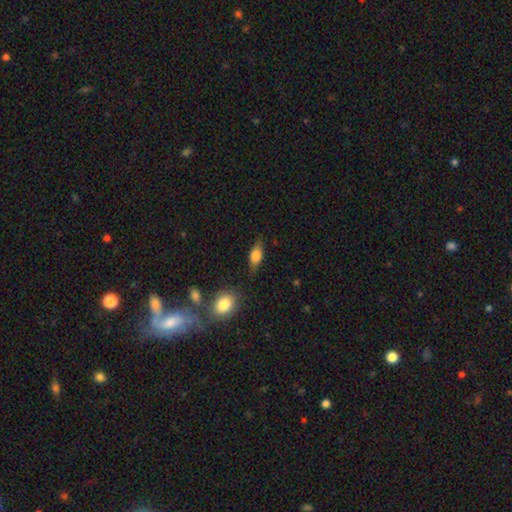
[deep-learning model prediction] Smooth or featured?
  - smooth: 70% *
  - featured or disk: 22%
  - star or artifact: 8%
How rounded?
  - in between: 76% *
  - cigar-shaped: 16%
  - round: 8%
Merging?
  - none: 75% *
  - minor disturbance: 17%
  - major disturbance: 4%
  - merger: 3%